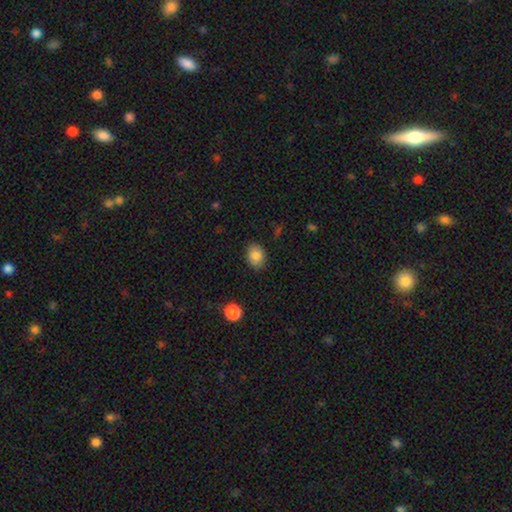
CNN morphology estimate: Smooth or featured?
  - smooth: 85% *
  - star or artifact: 9%
  - featured or disk: 6%
How rounded?
  - in between: 62% *
  - round: 37%
  - cigar-shaped: 1%
Merging?
  - none: 84% *
  - minor disturbance: 12%
  - major disturbance: 3%
  - merger: 1%